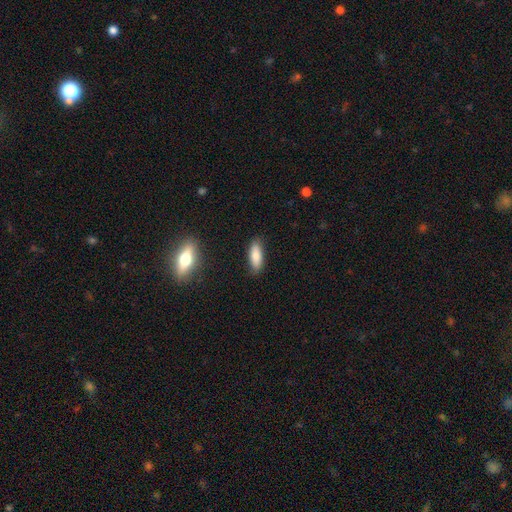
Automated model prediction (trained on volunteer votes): Q: Smooth or featured?
A: smooth (82%); runner-up: featured or disk (11%)
Q: How rounded?
A: in between (65%); runner-up: cigar-shaped (33%)
Q: Merging?
A: none (85%); runner-up: minor disturbance (11%)